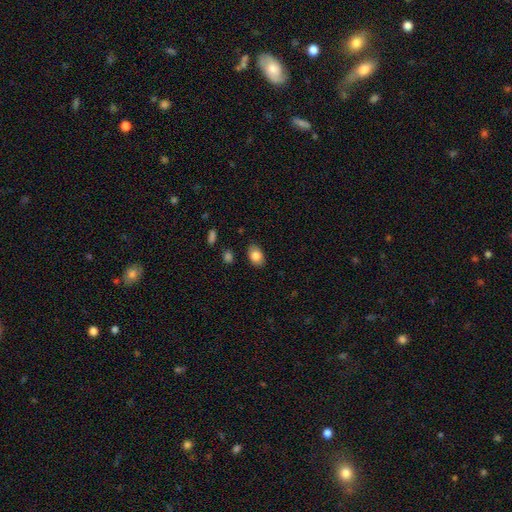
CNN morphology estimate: Smooth or featured: smooth — 84% (featured or disk — 9%)
How rounded: in between — 84% (round — 15%)
Merging: none — 84% (minor disturbance — 12%)